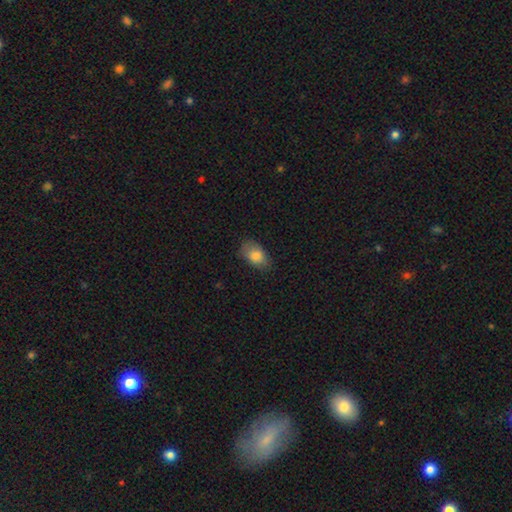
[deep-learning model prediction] The model was most divided on "merging": none: 73%, minor disturbance: 21%, major disturbance: 5%, merger: 1%. More confident: how rounded — in between (88%); smooth or featured — smooth (83%).